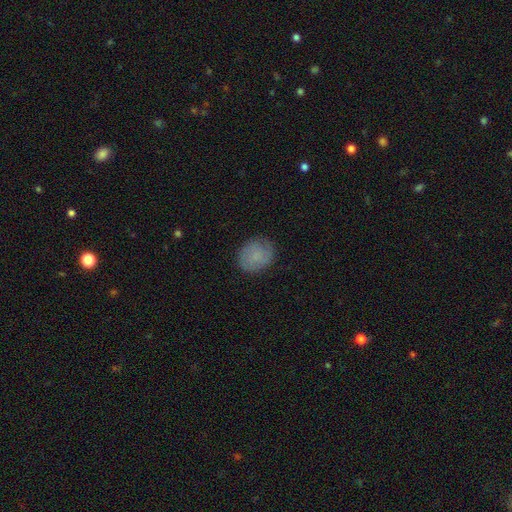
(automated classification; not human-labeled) Overall: smooth (72%). How rounded: round (58%; in between 41%). Merging: none (81%).